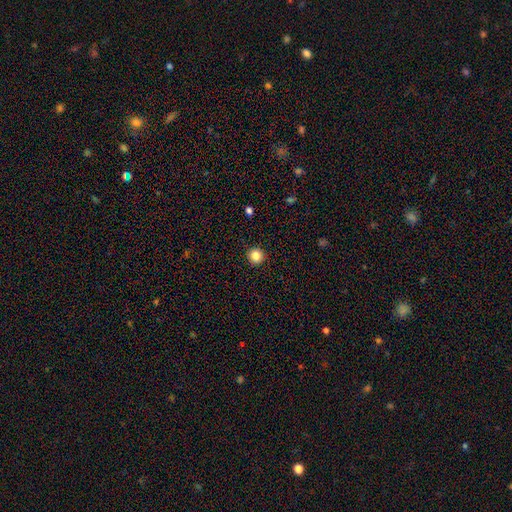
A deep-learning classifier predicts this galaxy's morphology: Smooth or featured? smooth (86%)
How rounded? round (95%)
Merging? none (93%)